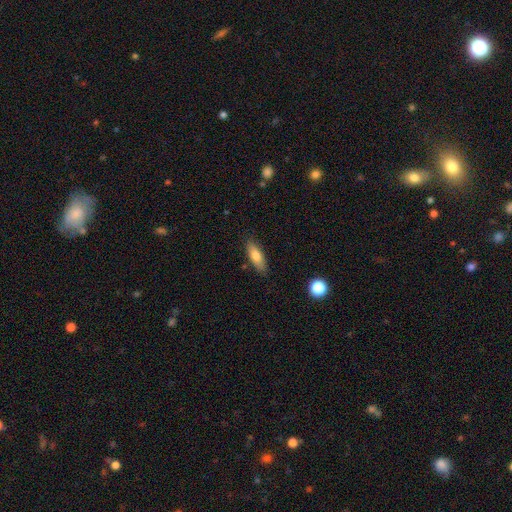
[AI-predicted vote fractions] smooth 76%, featured or disk 17%, star or artifact 7%. Down the decision tree: how rounded — in between (64%); merging — none (83%).